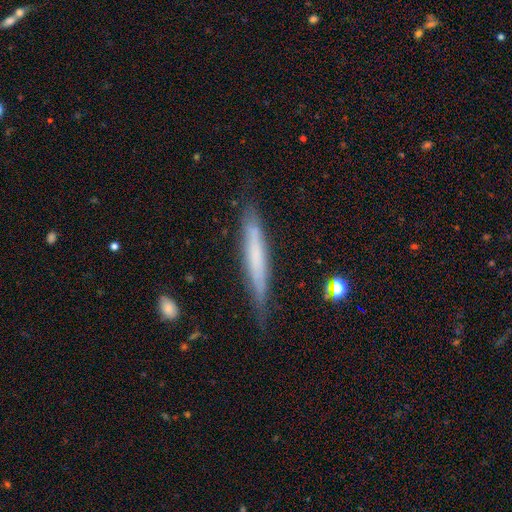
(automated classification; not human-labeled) Smooth or featured? smooth (50%)
How rounded? cigar-shaped (94%)
Merging? none (75%)